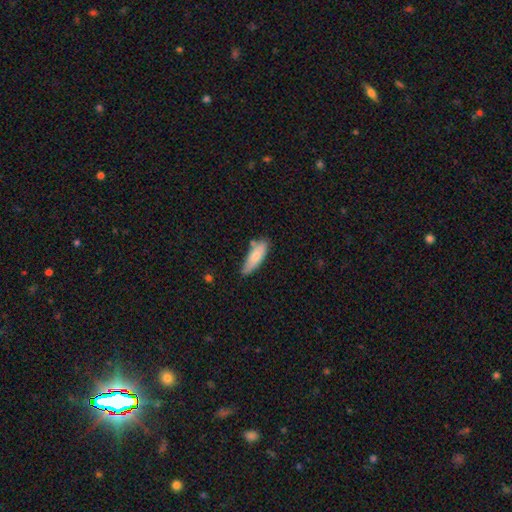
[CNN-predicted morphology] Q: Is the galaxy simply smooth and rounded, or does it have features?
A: smooth — 76%.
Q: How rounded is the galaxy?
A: in between — 56%.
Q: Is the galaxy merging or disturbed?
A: none — 62%.